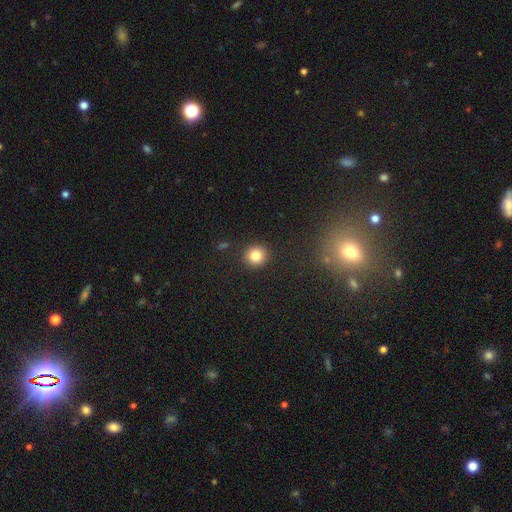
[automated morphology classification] Smooth or featured? smooth (83%)
How rounded? round (92%)
Merging? none (91%)